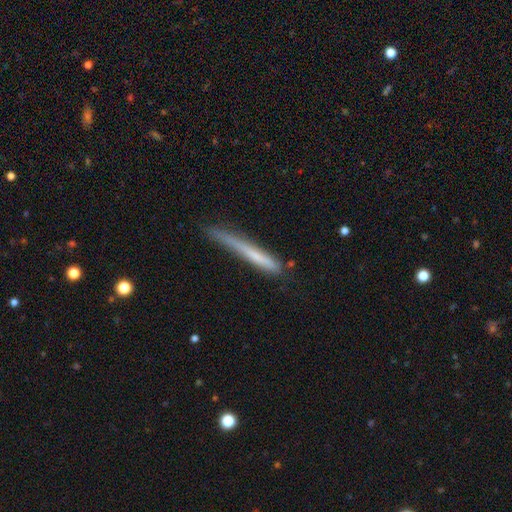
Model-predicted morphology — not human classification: smooth 59%, featured or disk 34%, star or artifact 6%. Down the decision tree: how rounded — cigar-shaped (97%); merging — none (64%).